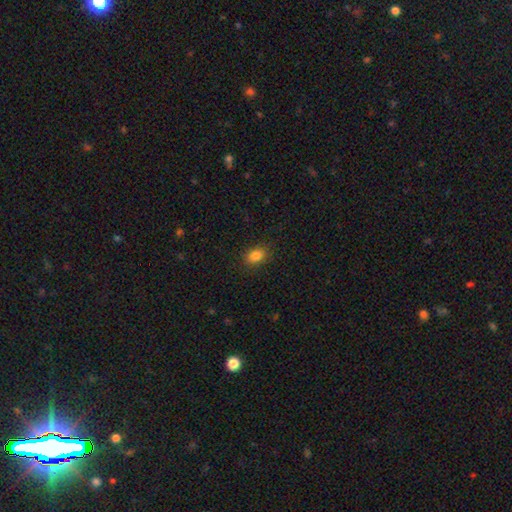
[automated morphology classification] A smooth galaxy with no disk features (85%) that is in between round and cigar-shaped (74%). Merging: none (87%).